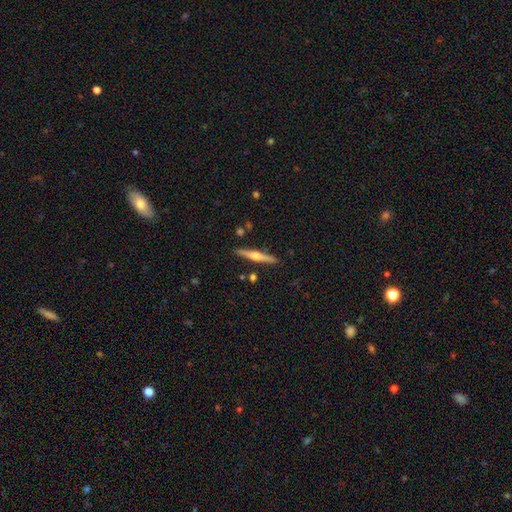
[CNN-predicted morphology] featured or disk 69%, smooth 25%, star or artifact 5%. Down the decision tree: edge-on disk — yes (98%); edge-on bulge — rounded (92%); merging — none (89%).